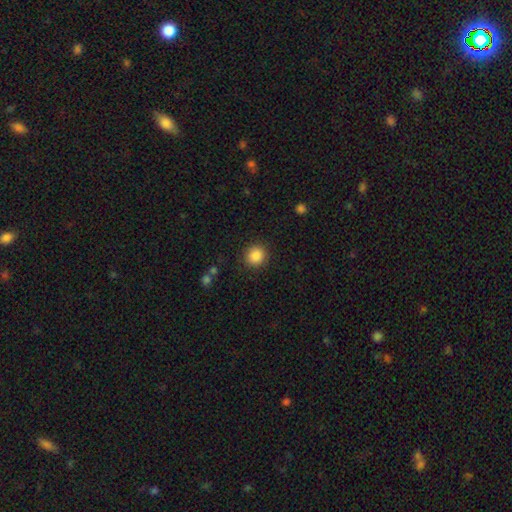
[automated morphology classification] Overall: smooth (87%). How rounded: round (88%). Merging: none (89%).